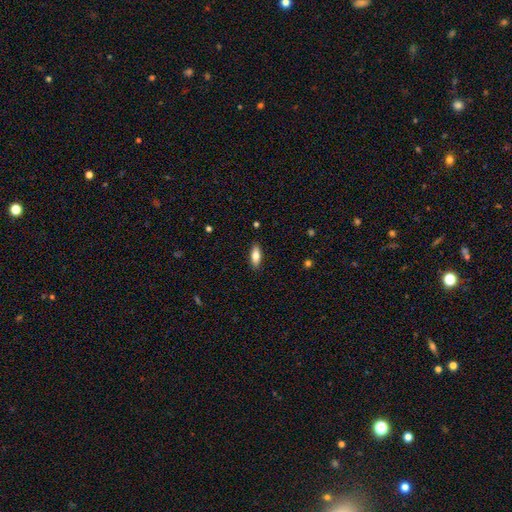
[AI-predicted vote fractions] smooth 78%, featured or disk 15%, star or artifact 7%. Down the decision tree: how rounded — in between (74%); merging — none (89%).